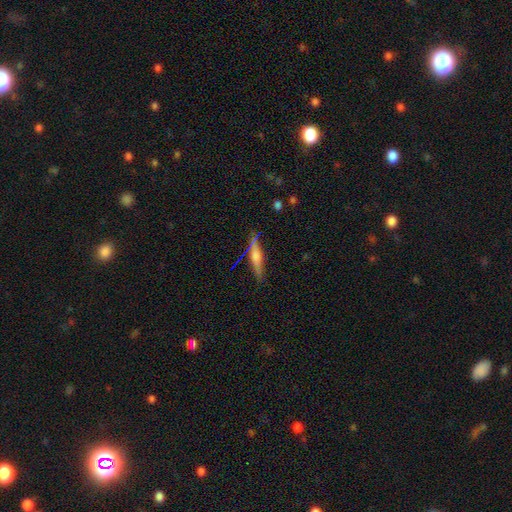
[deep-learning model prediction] Morphology: type=featured or disk (62%); edge-on=yes (95%); edge-on bulge=rounded (67%); merging=none (82%).